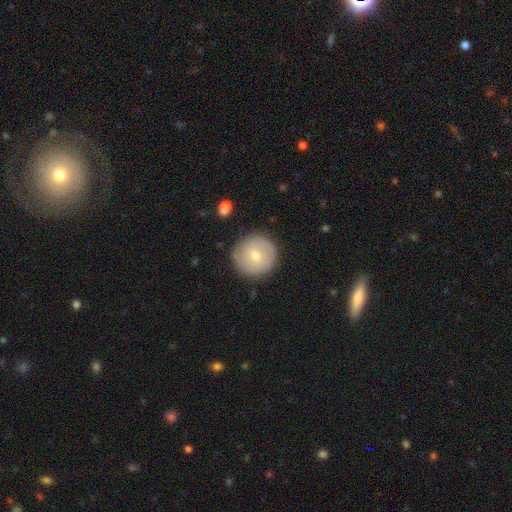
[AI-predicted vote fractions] Smooth or featured?
  - smooth: 58% *
  - featured or disk: 35%
  - star or artifact: 7%
How rounded?
  - round: 94% *
  - in between: 5%
  - cigar-shaped: 1%
Merging?
  - none: 86% *
  - minor disturbance: 10%
  - major disturbance: 3%
  - merger: 2%